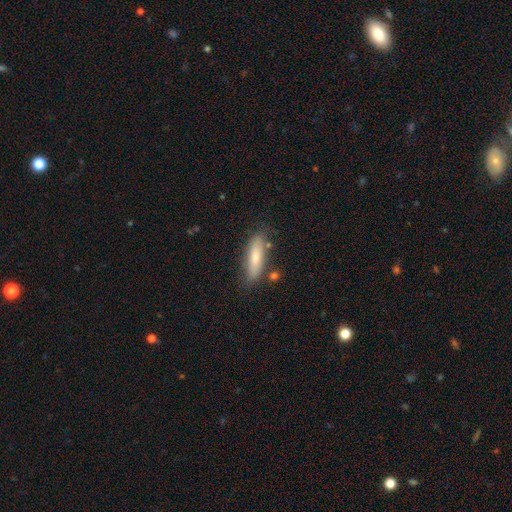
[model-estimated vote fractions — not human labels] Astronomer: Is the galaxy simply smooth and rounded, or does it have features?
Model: smooth — 66%.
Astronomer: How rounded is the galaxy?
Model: cigar-shaped — 62%.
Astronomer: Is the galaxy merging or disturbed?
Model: none — 79%.